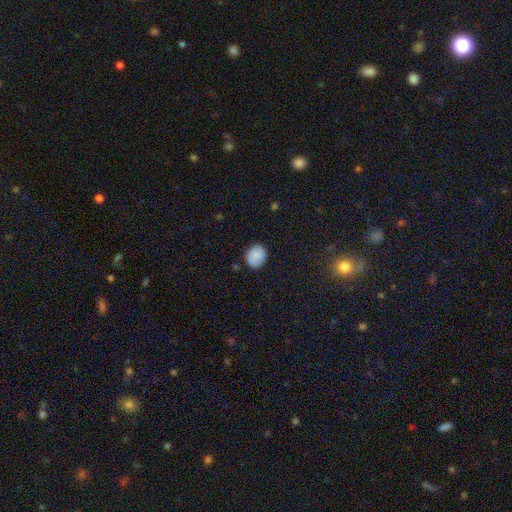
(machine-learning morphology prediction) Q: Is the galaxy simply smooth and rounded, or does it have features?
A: smooth — 85%.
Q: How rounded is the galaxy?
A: round — 65%.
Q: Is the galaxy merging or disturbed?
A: none — 82%.